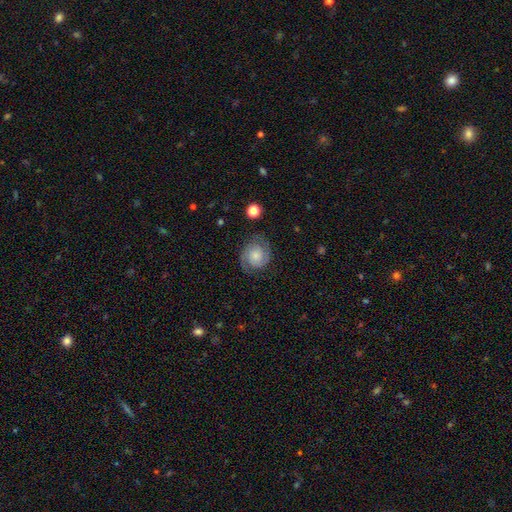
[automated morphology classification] The model was most divided on "bulge size": small: 44%, moderate: 30%, none: 14%, large: 8%, dominant: 2%. More confident: edge-on disk — no (98%); spiral arms — yes (96%); spiral arm count — 2 (88%); merging — none (79%); smooth or featured — featured or disk (77%); bar — no (72%); spiral winding — tight (53%).